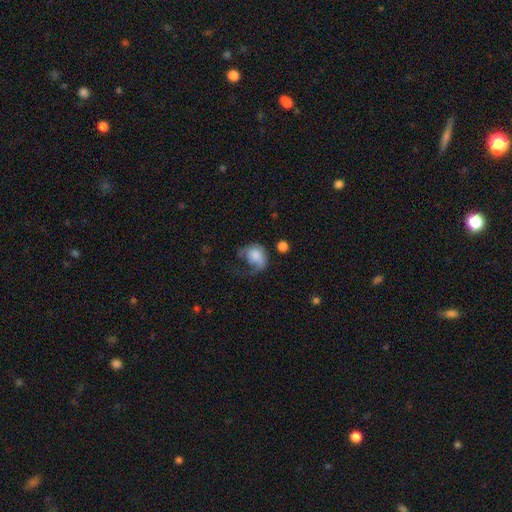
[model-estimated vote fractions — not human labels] Smooth or featured? Predicted: smooth (p=0.57). How rounded? Predicted: in between (p=0.55). Merging? Predicted: major disturbance (p=0.53).